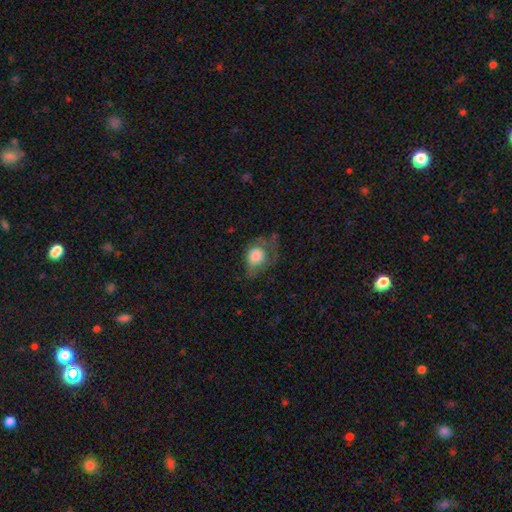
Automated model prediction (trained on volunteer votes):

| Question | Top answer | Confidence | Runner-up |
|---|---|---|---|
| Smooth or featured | smooth | 69% | featured or disk (22%) |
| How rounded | round | 53% | in between (46%) |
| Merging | major disturbance | 38% | minor disturbance (30%) |